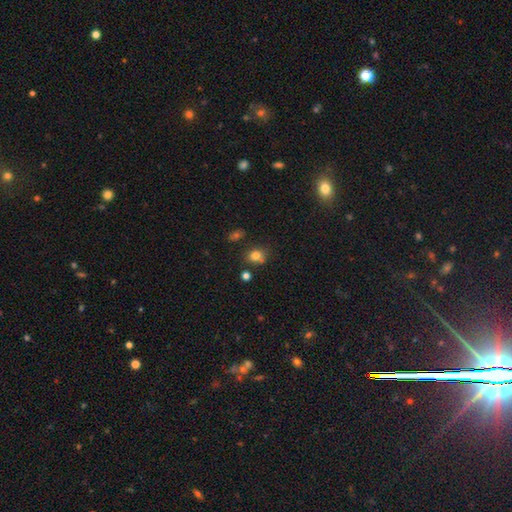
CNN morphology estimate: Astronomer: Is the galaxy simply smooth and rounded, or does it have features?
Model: smooth — 78%.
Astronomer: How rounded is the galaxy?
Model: round — 57% (runner-up: in between, 42%).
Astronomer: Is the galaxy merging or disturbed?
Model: none — 67%.